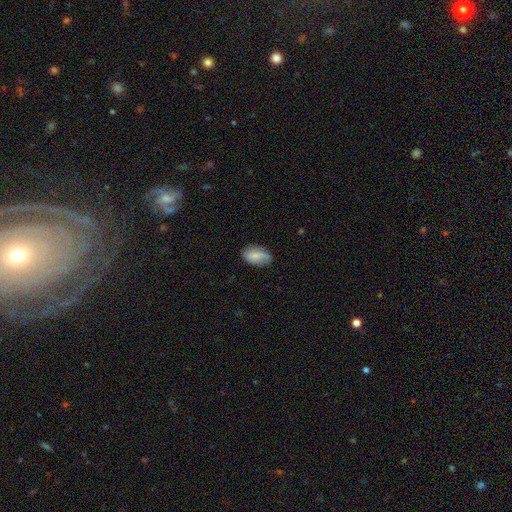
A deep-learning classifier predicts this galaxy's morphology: Q: Smooth or featured?
A: smooth (66%); runner-up: featured or disk (27%)
Q: How rounded?
A: in between (91%); runner-up: round (7%)
Q: Merging?
A: none (74%); runner-up: minor disturbance (20%)